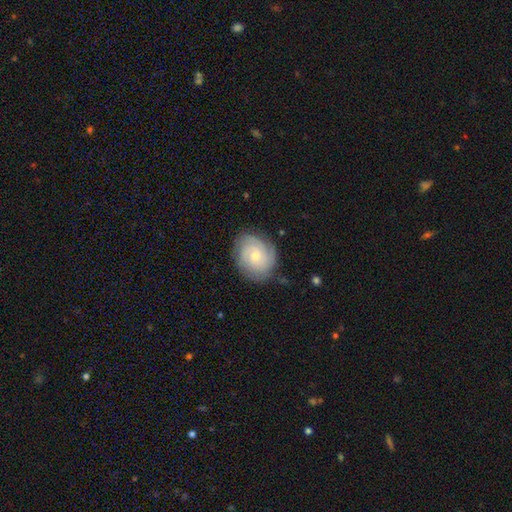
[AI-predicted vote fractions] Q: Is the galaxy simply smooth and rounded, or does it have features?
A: featured or disk — 66%.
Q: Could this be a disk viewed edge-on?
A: no — 98%.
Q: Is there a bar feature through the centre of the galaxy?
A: no — 77%.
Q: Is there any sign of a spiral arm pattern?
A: yes — 92%.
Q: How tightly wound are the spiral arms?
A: tight — 68%.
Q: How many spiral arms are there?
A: can't tell — 34%.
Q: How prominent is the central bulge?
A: small — 63%.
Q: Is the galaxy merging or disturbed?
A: none — 78%.